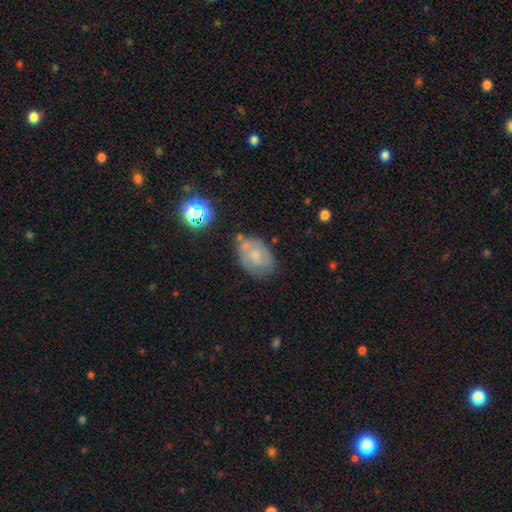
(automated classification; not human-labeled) A smooth galaxy with no disk features (54%) that is in between round and cigar-shaped (80%).

Vote fractions:
- Smooth or featured? smooth: 54% / featured or disk: 35% / star or artifact: 11%
- How rounded? in between: 80% / round: 18% / cigar-shaped: 1%
- Merging? none: 58% / minor disturbance: 25% / merger: 10% / major disturbance: 8%